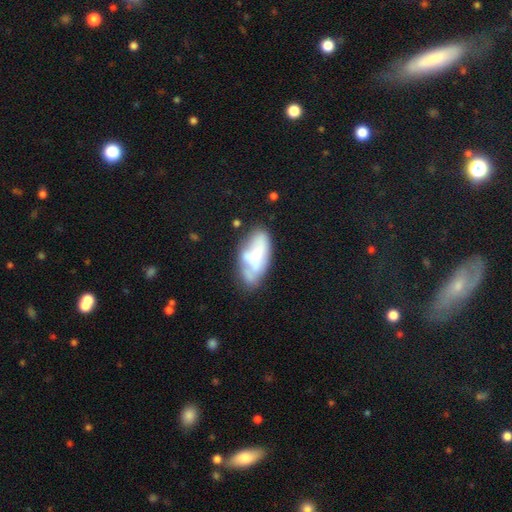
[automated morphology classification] Q: Smooth or featured?
A: smooth (48%); runner-up: featured or disk (44%)
Q: Merging?
A: none (42%); runner-up: minor disturbance (28%)